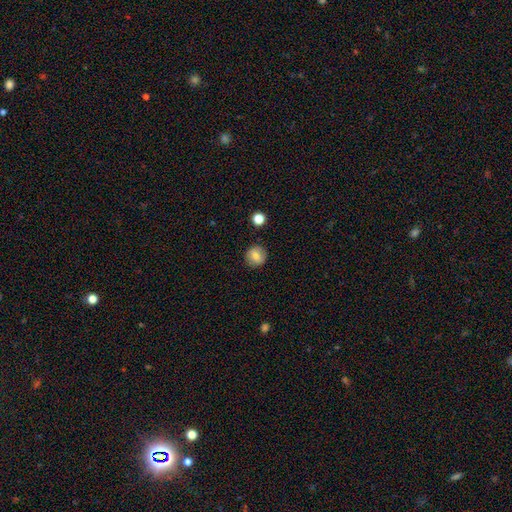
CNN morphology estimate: Smooth or featured? Predicted: smooth (p=0.78). How rounded? Predicted: round (p=0.91). Merging? Predicted: none (p=0.88).